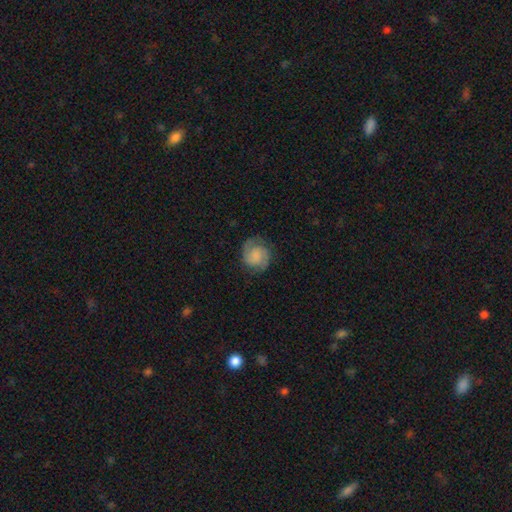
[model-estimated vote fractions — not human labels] Overall: featured or disk (72%). Edge-on disk: no (98%). Bar: no (64%; weak 30%). Spiral arms: yes (96%). Spiral arm count: 2 (90%). Spiral winding: medium (44%, tied with tight). Bulge size: none (52%; small 19%). Merging: none (80%).